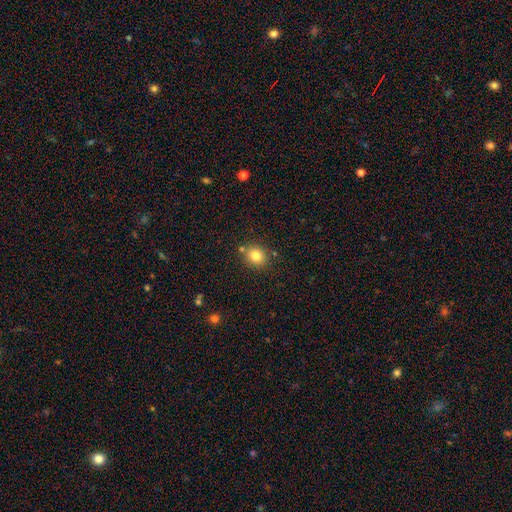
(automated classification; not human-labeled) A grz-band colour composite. It shows a smooth galaxy with no disk features (81%) that is round (70%). Merging: none (79%).